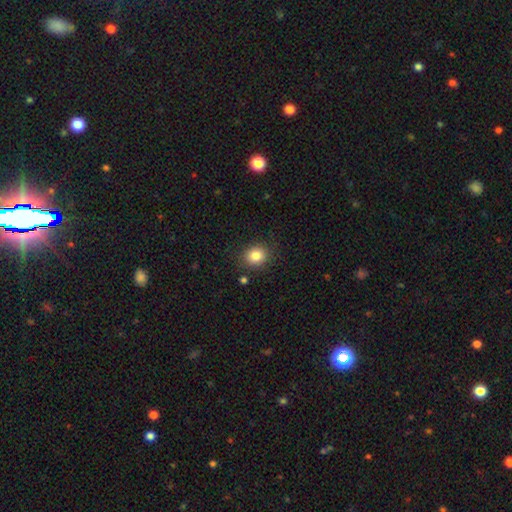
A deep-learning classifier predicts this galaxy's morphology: Smooth or featured? smooth (85%)
How rounded? round (70%)
Merging? none (86%)